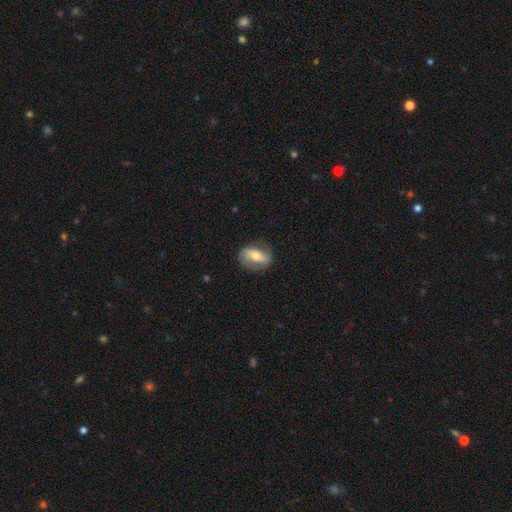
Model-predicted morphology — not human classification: A featured or disk galaxy (55%). Merging: none (76%).